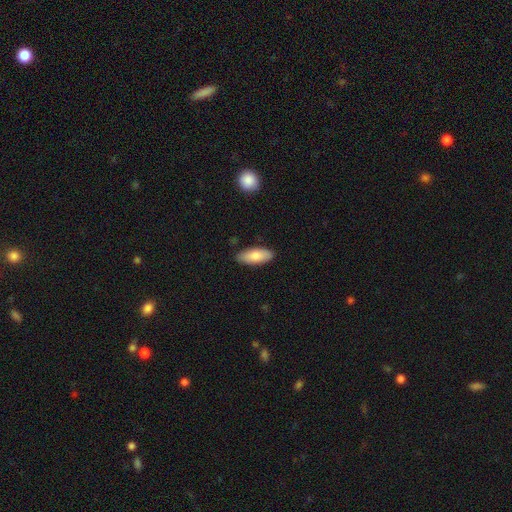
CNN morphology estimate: Overall: smooth (80%). How rounded: in between (78%). Merging: none (87%).